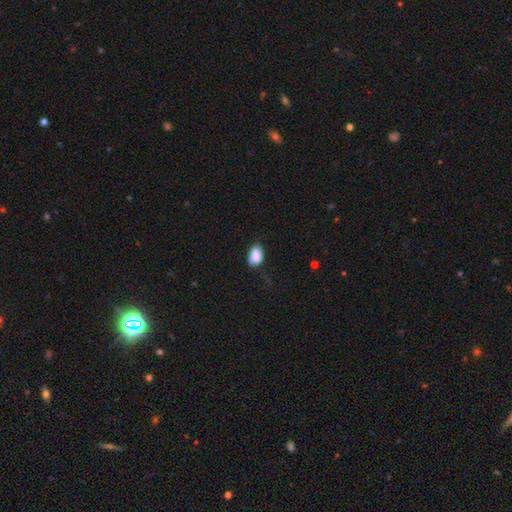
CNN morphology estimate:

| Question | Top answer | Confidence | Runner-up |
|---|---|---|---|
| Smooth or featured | smooth | 83% | star or artifact (9%) |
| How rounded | in between | 85% | round (13%) |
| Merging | none | 50% | minor disturbance (33%) |